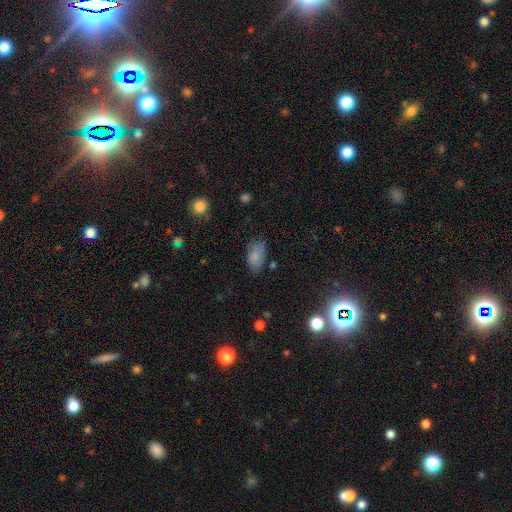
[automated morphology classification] smooth_or_featured: smooth (p=0.82) [alt: featured or disk p=0.09]
how_rounded: in between (p=0.93) [alt: round p=0.05]
merging: none (p=0.65) [alt: minor disturbance p=0.25]